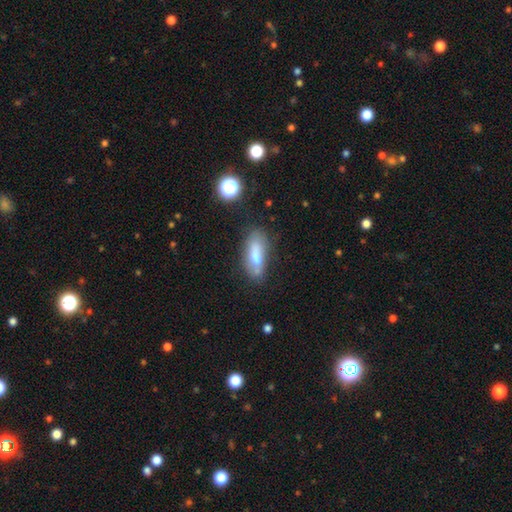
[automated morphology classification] Smooth or featured? smooth (68%)
How rounded? in between (66%)
Merging? none (57%)